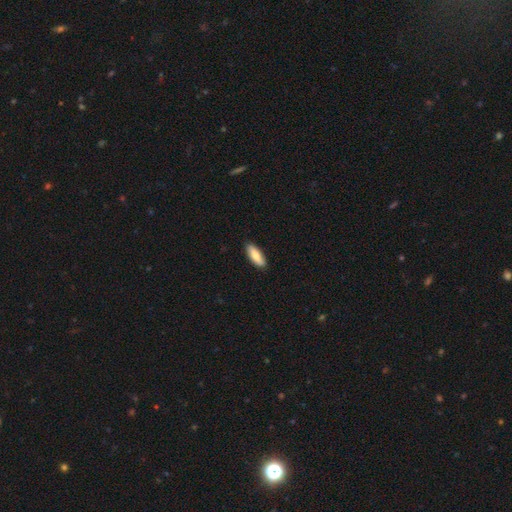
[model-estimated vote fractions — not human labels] smooth-or-featured: smooth: 80% | featured or disk: 15% | star or artifact: 5%
  how-rounded: in between: 68% | cigar-shaped: 30% | round: 2%
  merging: none: 89% | minor disturbance: 8% | major disturbance: 2% | merger: 1%